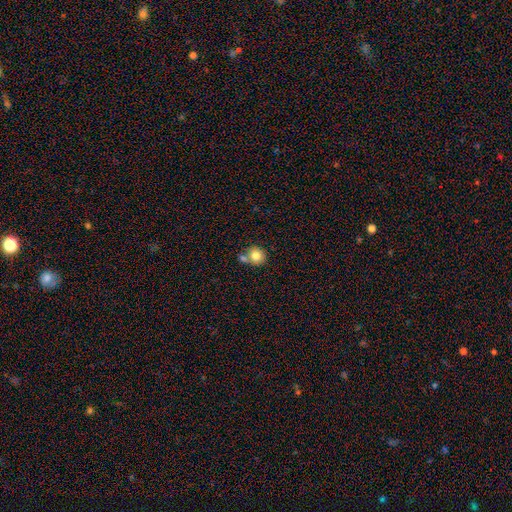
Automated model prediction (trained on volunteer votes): A smooth galaxy with no disk features (80%) that is round (84%).

Vote fractions:
- Smooth or featured? smooth: 80% / featured or disk: 10% / star or artifact: 10%
- How rounded? round: 84% / in between: 15% / cigar-shaped: 1%
- Merging? none: 55% / merger: 32% / minor disturbance: 10% / major disturbance: 3%